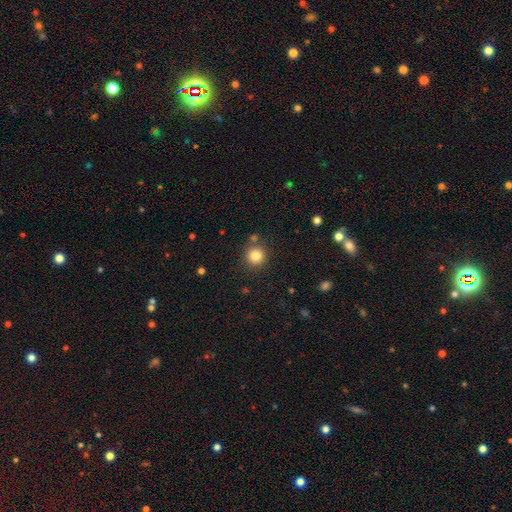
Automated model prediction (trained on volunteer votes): A smooth galaxy with no disk features (82%) that is round (94%).

Vote fractions:
- Smooth or featured? smooth: 82% / star or artifact: 12% / featured or disk: 6%
- How rounded? round: 94% / in between: 5% / cigar-shaped: 1%
- Merging? none: 83% / minor disturbance: 7% / merger: 7% / major disturbance: 3%